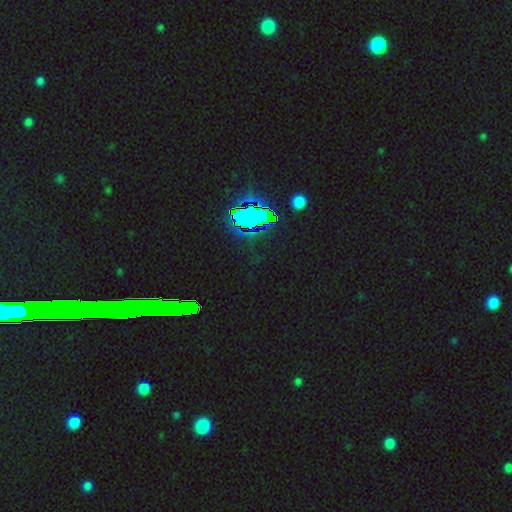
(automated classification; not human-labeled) smooth-or-featured: star or artifact: 78% | smooth: 12% | featured or disk: 10%